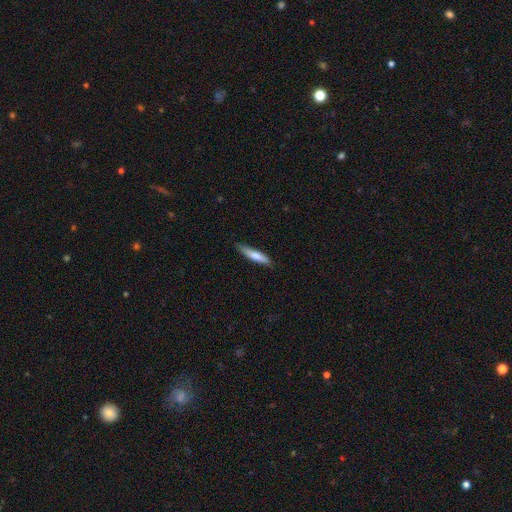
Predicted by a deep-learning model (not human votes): This appears to be a smooth galaxy with no disk features (75%) that is cigar-shaped (86%). Merging: none (80%).